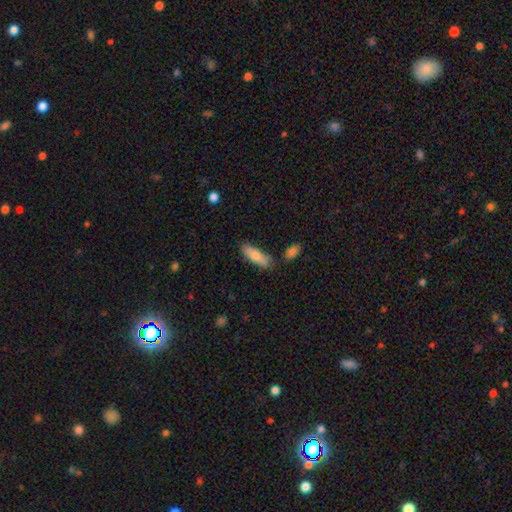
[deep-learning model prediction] Morphology: type=smooth (79%); roundness=in between (55%); merging=none (75%).